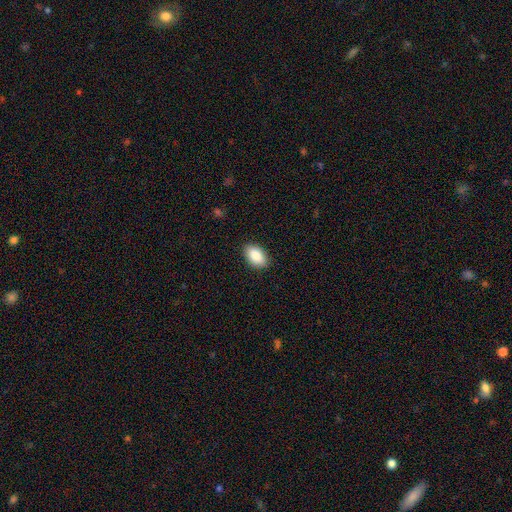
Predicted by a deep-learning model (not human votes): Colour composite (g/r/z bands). It shows a smooth galaxy with no disk features (86%) that is in between round and cigar-shaped (92%). Merging: none (89%).